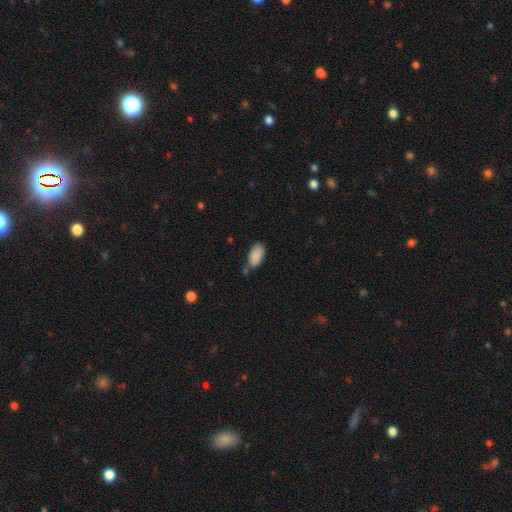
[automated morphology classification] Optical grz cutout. It shows a smooth galaxy with no disk features (89%) that is in between round and cigar-shaped (94%). Merging: none (65%).